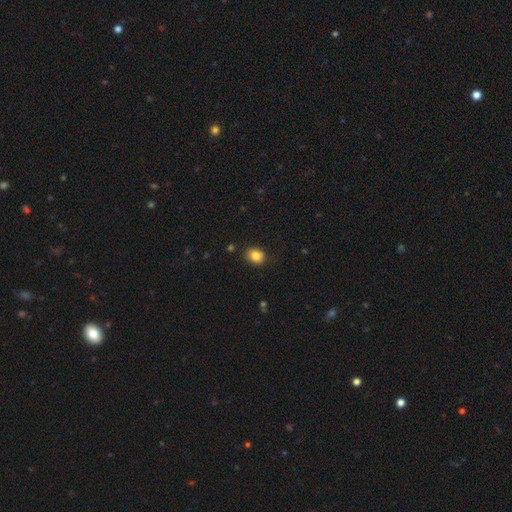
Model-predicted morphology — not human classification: Overall: smooth (84%). How rounded: round (55%; in between 44%). Merging: none (85%).